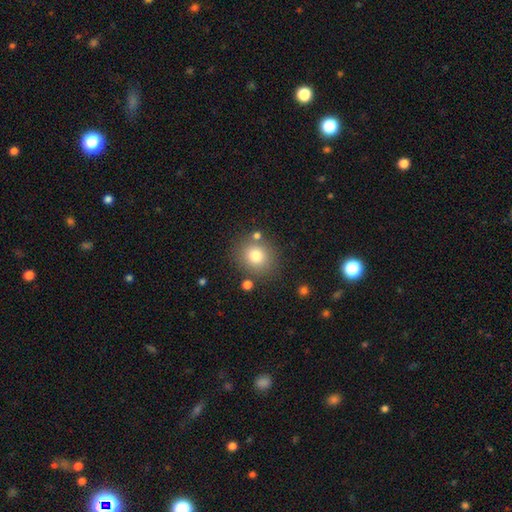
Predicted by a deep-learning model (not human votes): Overall: smooth (78%). How rounded: round (83%). Merging: none (80%).